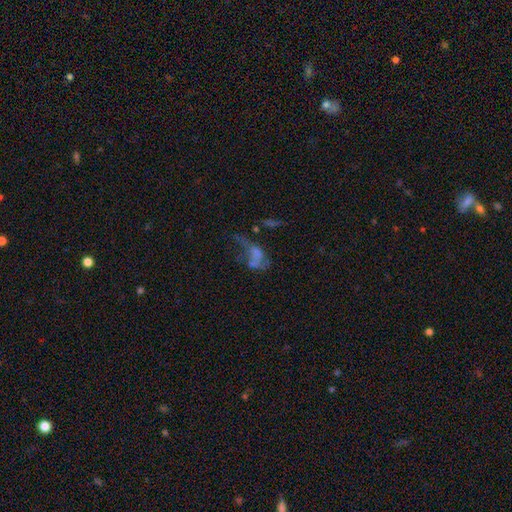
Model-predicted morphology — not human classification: smooth-or-featured: featured or disk: 42% | smooth: 39% | star or artifact: 19%
  merging: major disturbance: 46% | merger: 22% | none: 19% | minor disturbance: 13%